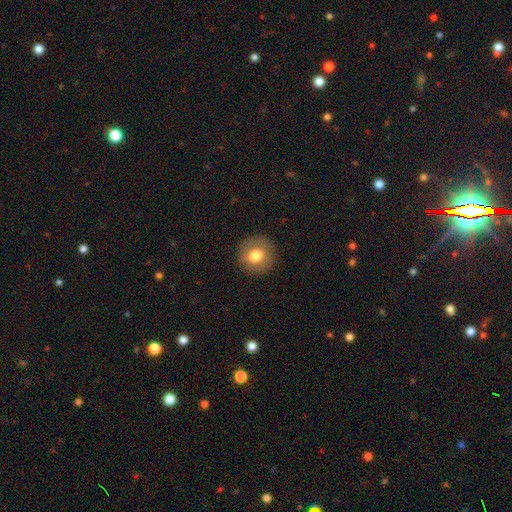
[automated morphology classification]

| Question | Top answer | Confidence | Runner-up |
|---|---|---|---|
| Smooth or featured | smooth | 75% | featured or disk (15%) |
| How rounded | round | 91% | in between (8%) |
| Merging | none | 89% | minor disturbance (7%) |